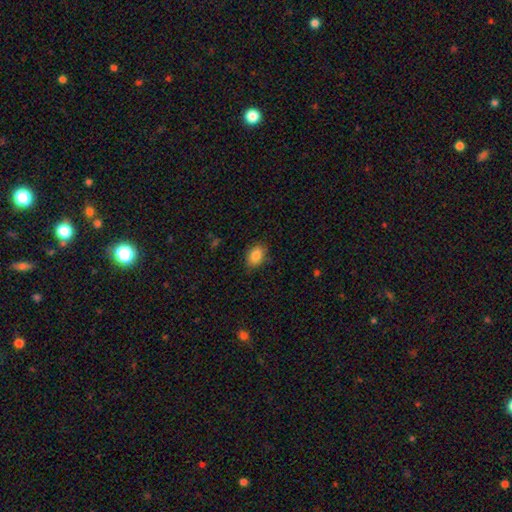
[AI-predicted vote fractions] Smooth or featured? Predicted: smooth (p=0.85). How rounded? Predicted: in between (p=0.78). Merging? Predicted: none (p=0.81).